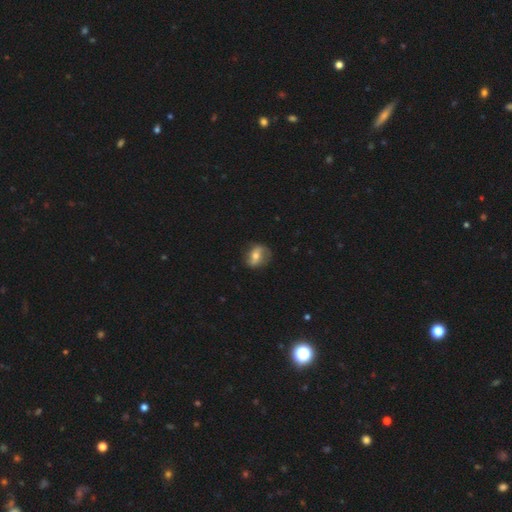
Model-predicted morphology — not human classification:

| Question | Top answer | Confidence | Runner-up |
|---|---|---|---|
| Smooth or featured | featured or disk | 49% | smooth (42%) |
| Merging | none | 74% | minor disturbance (19%) |